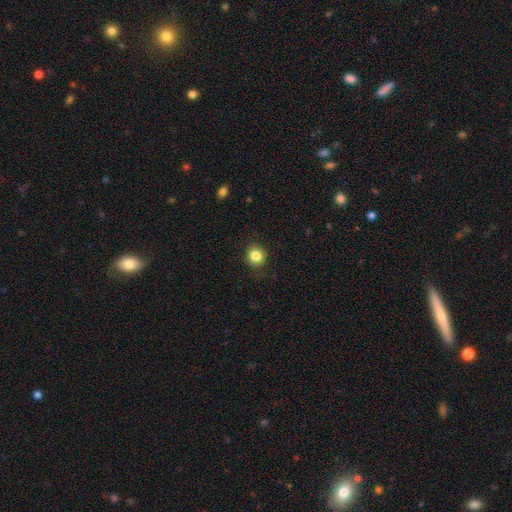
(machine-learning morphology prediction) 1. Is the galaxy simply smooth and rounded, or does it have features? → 84% smooth, 11% star or artifact, 5% featured or disk.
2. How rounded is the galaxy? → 87% round, 12% in between, 1% cigar-shaped.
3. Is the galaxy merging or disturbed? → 89% none, 8% minor disturbance, 2% major disturbance, 1% merger.